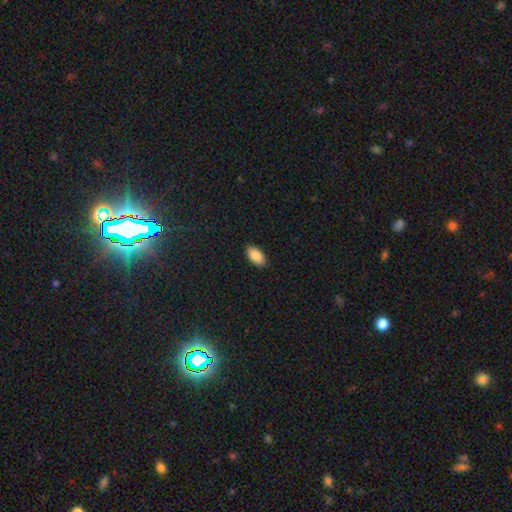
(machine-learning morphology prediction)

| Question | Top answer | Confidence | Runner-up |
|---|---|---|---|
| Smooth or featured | smooth | 89% | star or artifact (7%) |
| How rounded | in between | 94% | cigar-shaped (3%) |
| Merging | none | 89% | minor disturbance (8%) |